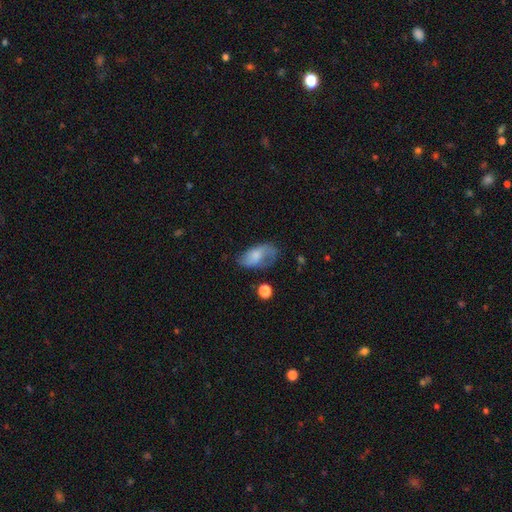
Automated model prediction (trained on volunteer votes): A smooth galaxy with no disk features (56%) that is in between round and cigar-shaped (91%).

Vote fractions:
- Smooth or featured? smooth: 56% / featured or disk: 35% / star or artifact: 8%
- How rounded? in between: 91% / round: 6% / cigar-shaped: 3%
- Merging? none: 48% / minor disturbance: 30% / major disturbance: 18% / merger: 3%